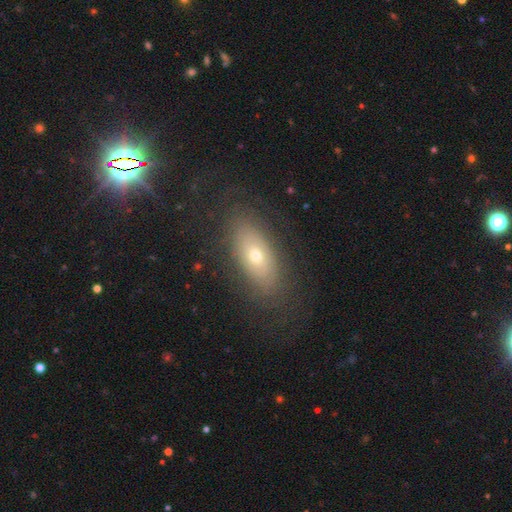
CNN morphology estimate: Smooth or featured? Predicted: smooth (p=0.53). How rounded? Predicted: in between (p=0.79). Merging? Predicted: none (p=0.80).